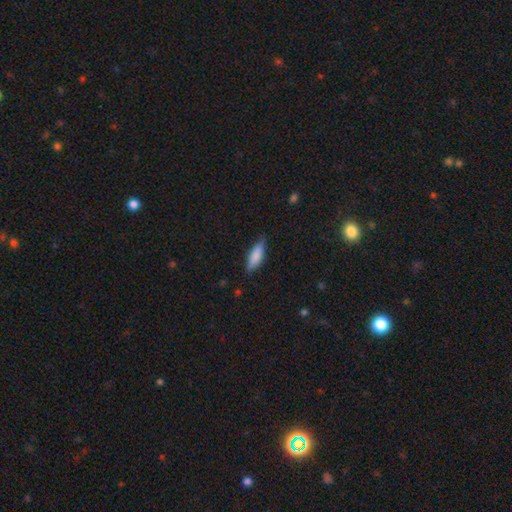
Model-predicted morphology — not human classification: A smooth galaxy with no disk features (79%) that is in between round and cigar-shaped (58%). Merging: none (75%).